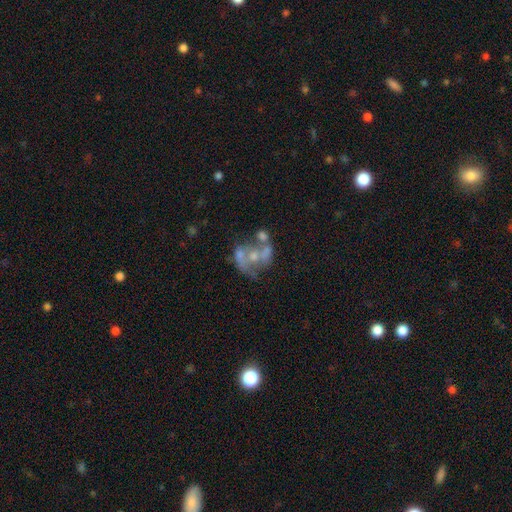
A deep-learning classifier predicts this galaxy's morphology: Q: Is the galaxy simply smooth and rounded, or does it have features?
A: featured or disk — 65%.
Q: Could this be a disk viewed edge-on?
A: no — 98%.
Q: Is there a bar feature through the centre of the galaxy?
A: no — 79%.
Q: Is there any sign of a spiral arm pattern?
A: no — 65%.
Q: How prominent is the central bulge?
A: moderate — 34%.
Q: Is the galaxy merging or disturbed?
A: merger — 38%.